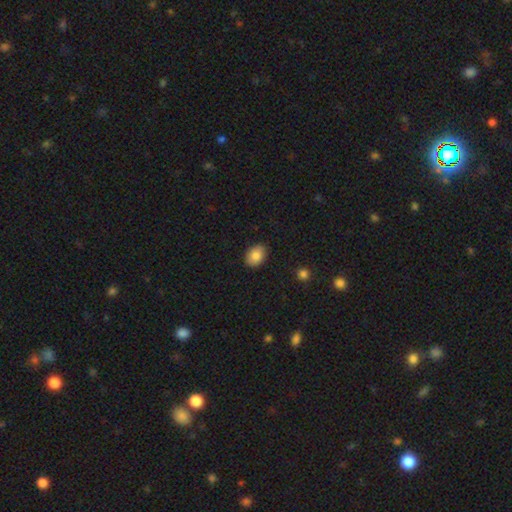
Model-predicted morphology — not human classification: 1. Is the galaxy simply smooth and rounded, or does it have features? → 84% smooth, 9% featured or disk, 8% star or artifact.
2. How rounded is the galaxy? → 74% in between, 25% round, 1% cigar-shaped.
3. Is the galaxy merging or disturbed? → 86% none, 11% minor disturbance, 2% major disturbance, 1% merger.